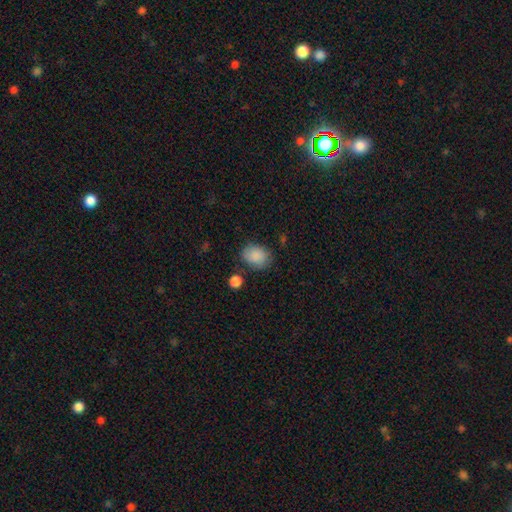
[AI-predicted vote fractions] A smooth galaxy with no disk features (87%) that is in between round and cigar-shaped (59%). Merging: none (74%).